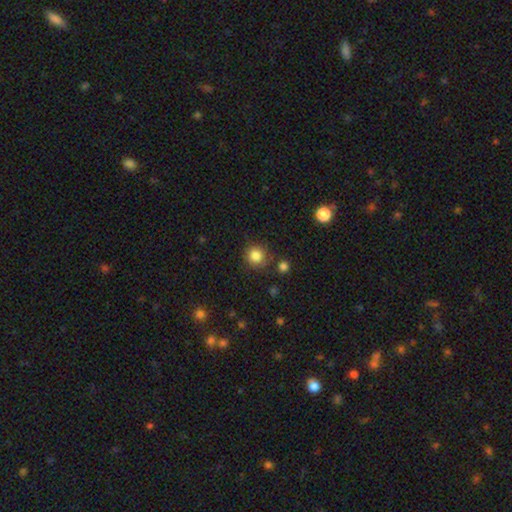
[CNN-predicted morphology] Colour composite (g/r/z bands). It shows a smooth galaxy with no disk features (84%) that is round (92%). Merging: none (82%).